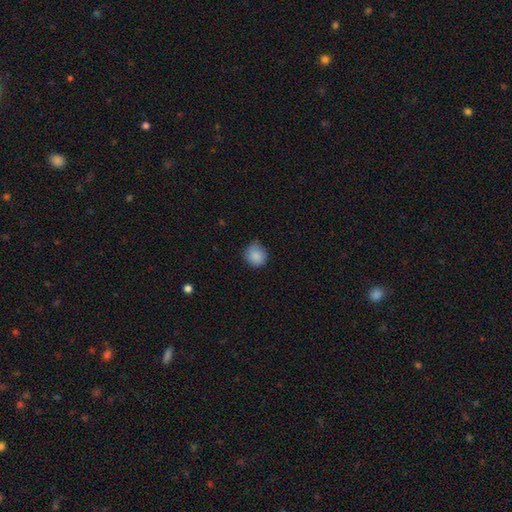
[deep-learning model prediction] smooth_or_featured: smooth (p=0.87) [alt: star or artifact p=0.09]
how_rounded: round (p=0.86) [alt: in between p=0.13]
merging: none (p=0.74) [alt: minor disturbance p=0.21]